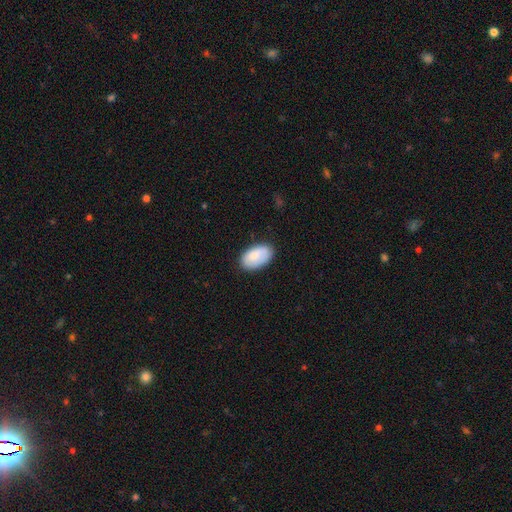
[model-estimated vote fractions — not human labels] smooth_or_featured: smooth (p=0.81) [alt: featured or disk p=0.13]
how_rounded: in between (p=0.94) [alt: round p=0.05]
merging: none (p=0.80) [alt: minor disturbance p=0.16]